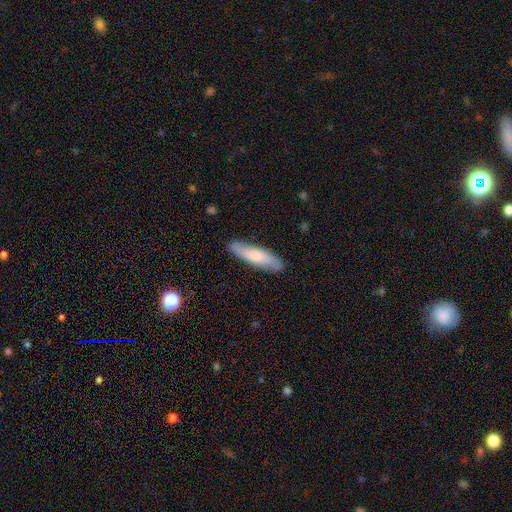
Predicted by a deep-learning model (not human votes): Smooth or featured: smooth — 60% (featured or disk — 35%)
How rounded: cigar-shaped — 71% (in between — 28%)
Merging: none — 84% (minor disturbance — 12%)